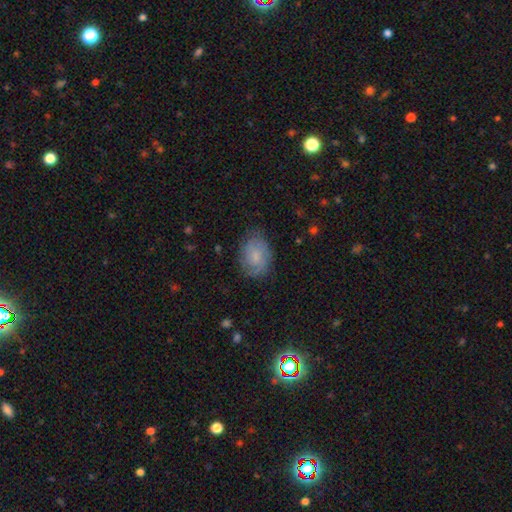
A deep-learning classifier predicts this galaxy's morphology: smooth 59%, featured or disk 32%, star or artifact 8%. Down the decision tree: how rounded — in between (72%); merging — none (73%).